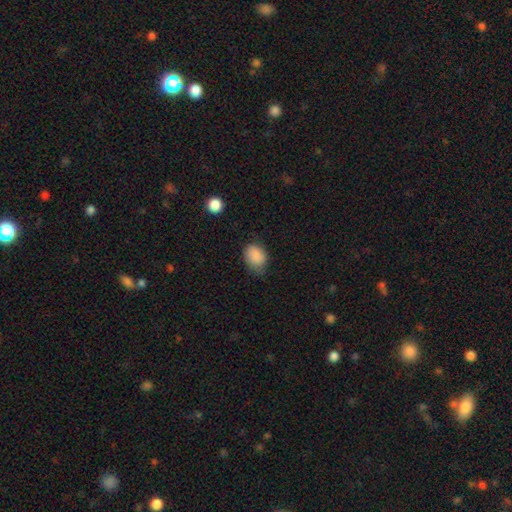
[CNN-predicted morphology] A smooth galaxy with no disk features (87%) that is in between round and cigar-shaped (67%).

Vote fractions:
- Smooth or featured? smooth: 87% / star or artifact: 8% / featured or disk: 5%
- How rounded? in between: 67% / round: 32% / cigar-shaped: 1%
- Merging? none: 61% / minor disturbance: 31% / major disturbance: 7% / merger: 1%